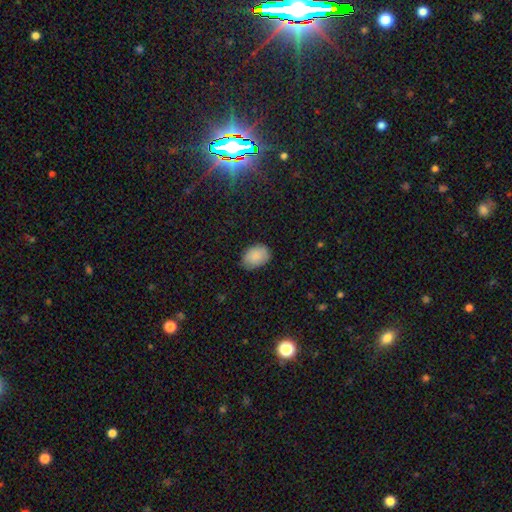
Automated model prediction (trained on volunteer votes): This appears to be a smooth galaxy with no disk features (88%) that is in between round and cigar-shaped (82%). Merging: none (78%).